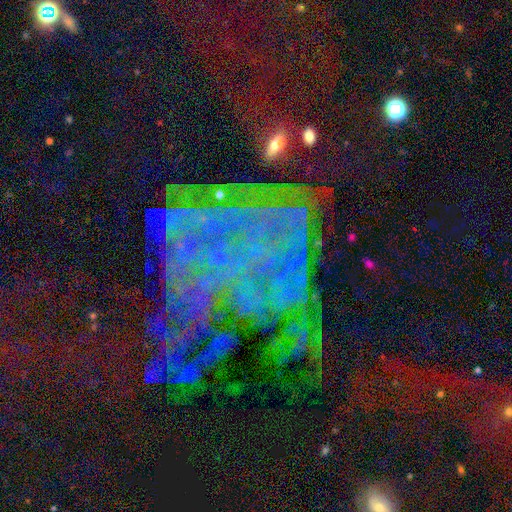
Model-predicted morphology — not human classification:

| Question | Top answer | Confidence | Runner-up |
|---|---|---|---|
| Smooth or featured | star or artifact | 49% | featured or disk (37%) |